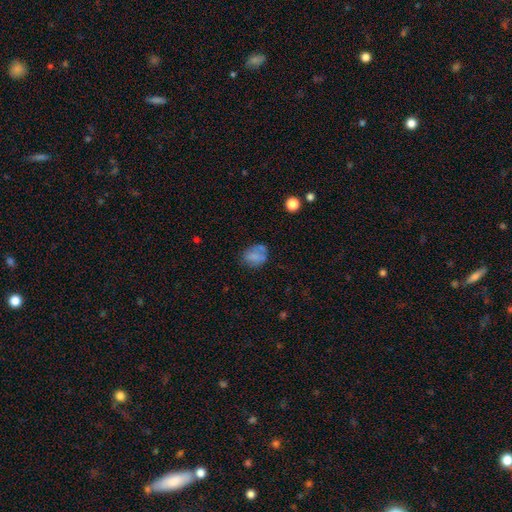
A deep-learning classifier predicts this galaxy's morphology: type=smooth (69%); roundness=in between (53%); merging=none (57%).